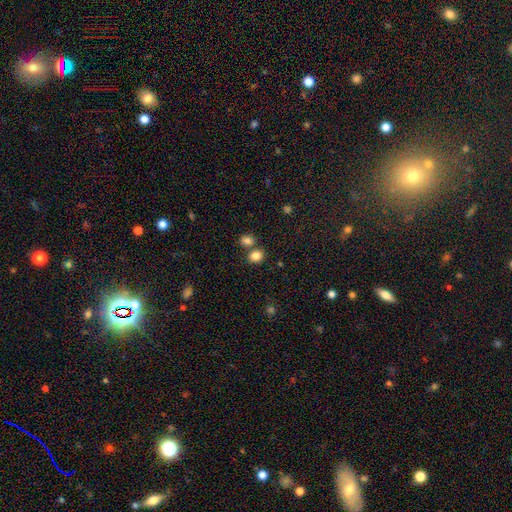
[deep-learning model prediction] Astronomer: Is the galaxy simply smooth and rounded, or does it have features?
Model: smooth — 84%.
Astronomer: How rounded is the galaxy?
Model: round — 53% (runner-up: in between, 46%).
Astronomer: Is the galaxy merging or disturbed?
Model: none — 66%.